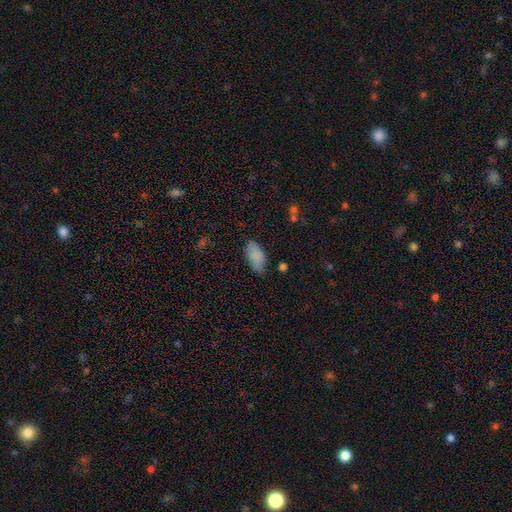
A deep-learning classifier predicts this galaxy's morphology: Overall: smooth (85%). How rounded: in between (92%). Merging: none (71%).